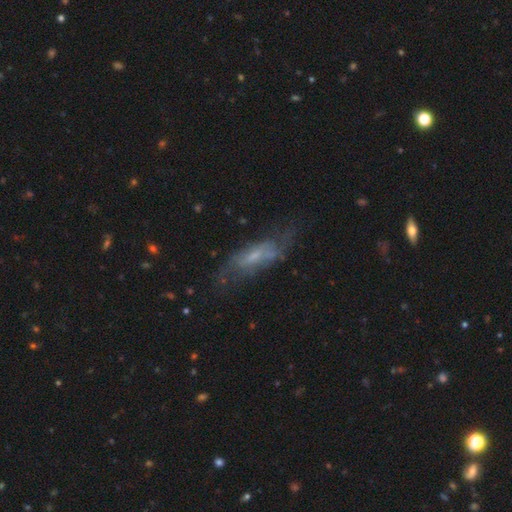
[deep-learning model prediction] The model was most divided on "smooth or featured": featured or disk: 56%, smooth: 34%, star or artifact: 10%. More confident: edge-on disk — no (76%); merging — none (55%).